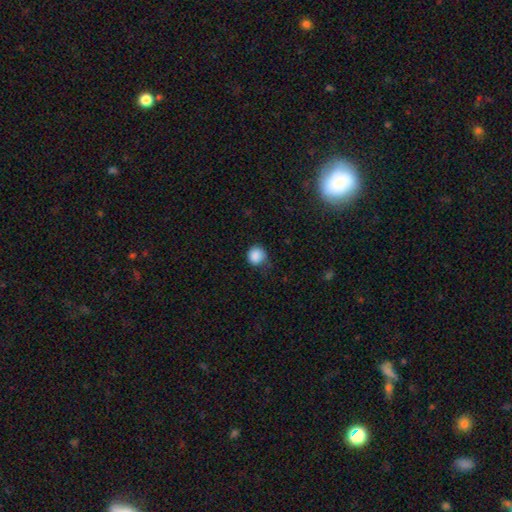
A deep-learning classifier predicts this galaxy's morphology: The model was most divided on "merging": none: 69%, minor disturbance: 23%, major disturbance: 6%, merger: 1%. More confident: how rounded — round (90%); smooth or featured — smooth (88%).